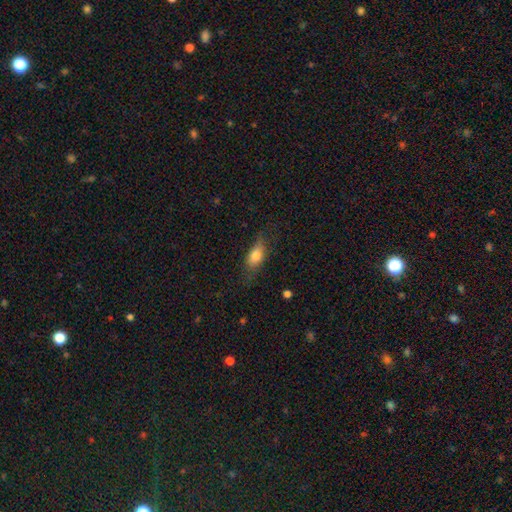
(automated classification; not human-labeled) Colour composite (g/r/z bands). It shows a smooth galaxy with no disk features (75%) that is in between round and cigar-shaped (78%). Merging: none (65%).